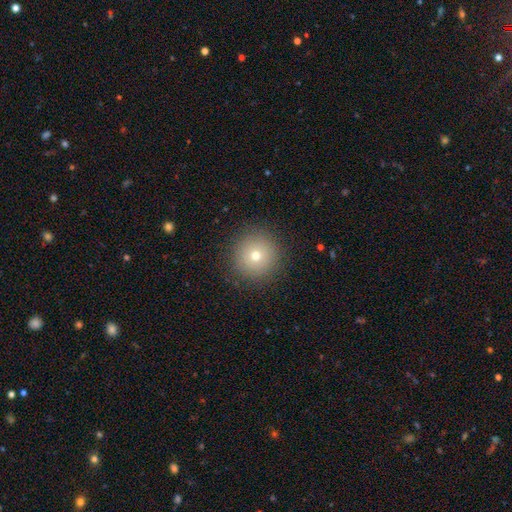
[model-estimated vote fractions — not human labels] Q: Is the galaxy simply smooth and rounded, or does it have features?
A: smooth — 72%.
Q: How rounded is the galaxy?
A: round — 96%.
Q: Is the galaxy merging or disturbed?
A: none — 90%.